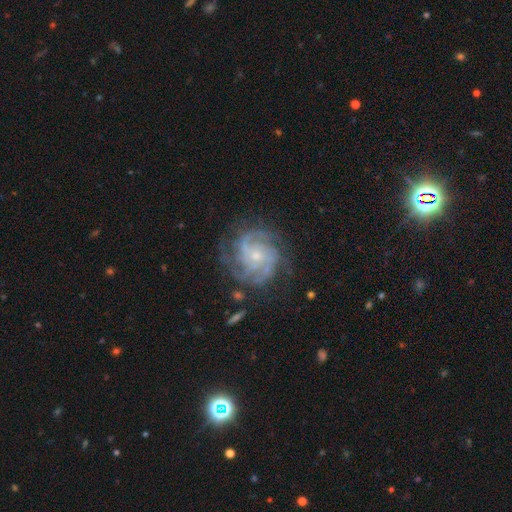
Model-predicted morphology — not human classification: This is clearly a featured or disk galaxy (88%). It is clearly not viewed edge-on (98%). Bar: likely no (72%). Spiral arm pattern: clearly yes (97%). Spiral arm count: marginally 3 (28%). Spiral winding: likely tight (61%). Central bulge: likely small (70%). Merging: likely none (73%).